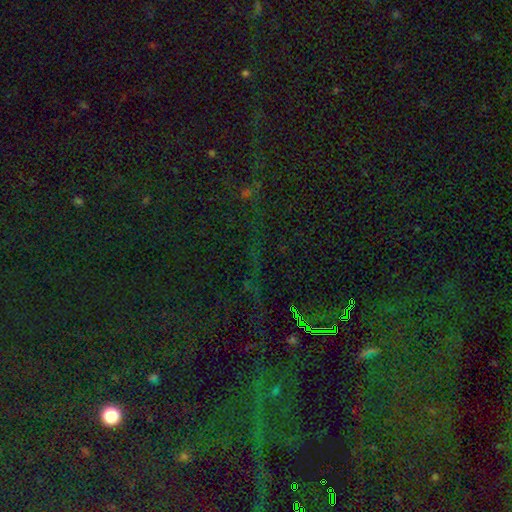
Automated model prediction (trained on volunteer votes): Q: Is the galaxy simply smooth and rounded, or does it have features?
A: star or artifact — 83%.